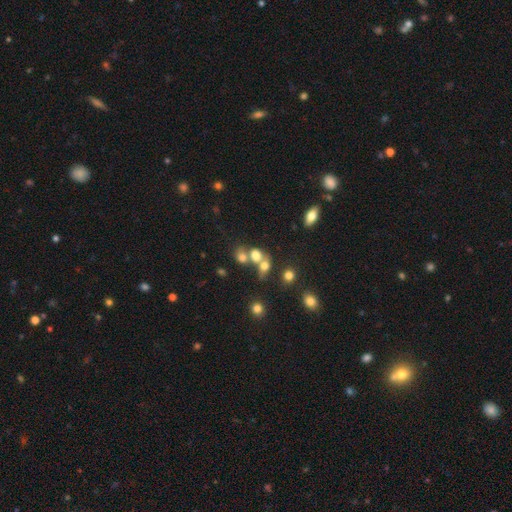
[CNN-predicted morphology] Q: Smooth or featured?
A: smooth (67%); runner-up: featured or disk (17%)
Q: How rounded?
A: round (51%); runner-up: in between (47%)
Q: Merging?
A: merger (57%); runner-up: none (28%)